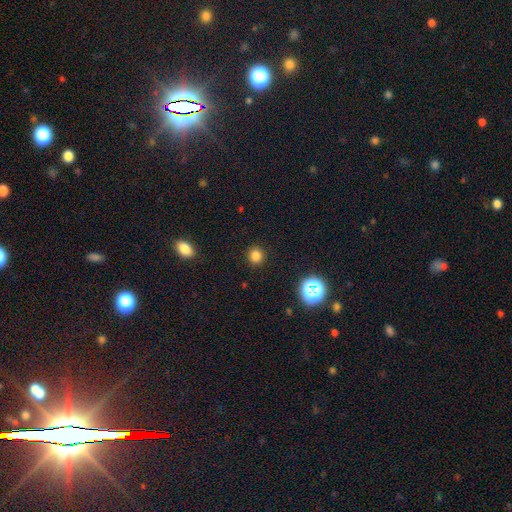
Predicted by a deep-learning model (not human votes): This appears to be a smooth galaxy with no disk features (81%) that is round (90%). Merging: none (91%).